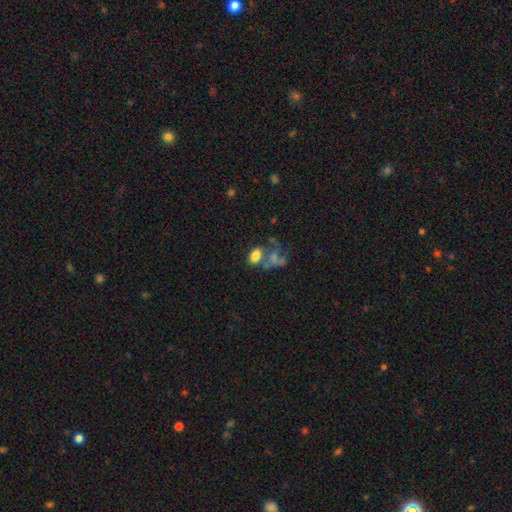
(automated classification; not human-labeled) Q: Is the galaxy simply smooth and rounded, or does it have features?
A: smooth — 76%.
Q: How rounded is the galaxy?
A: in between — 86%.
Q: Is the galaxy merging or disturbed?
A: none — 40%.